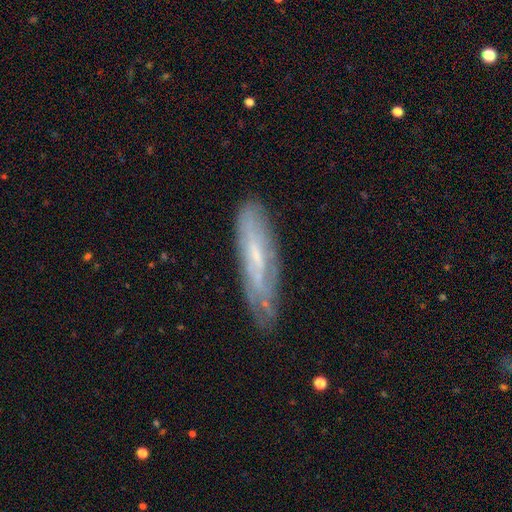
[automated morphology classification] The model was most divided on "edge-on disk": no: 54%, yes: 46%. More confident: merging — none (67%); smooth or featured — featured or disk (58%).